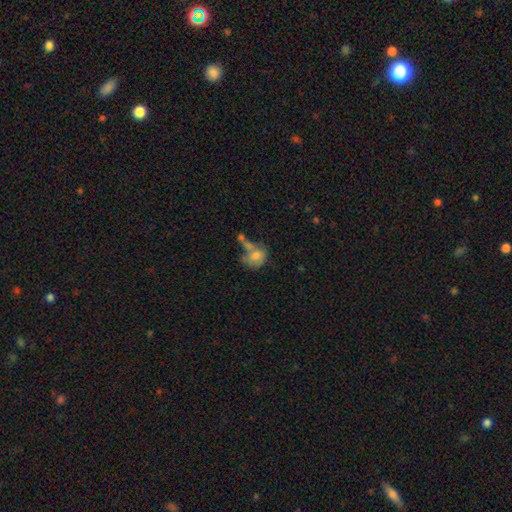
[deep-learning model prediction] This appears to be a smooth galaxy with no disk features (67%) that is round (55%). Merging: merger (34%).